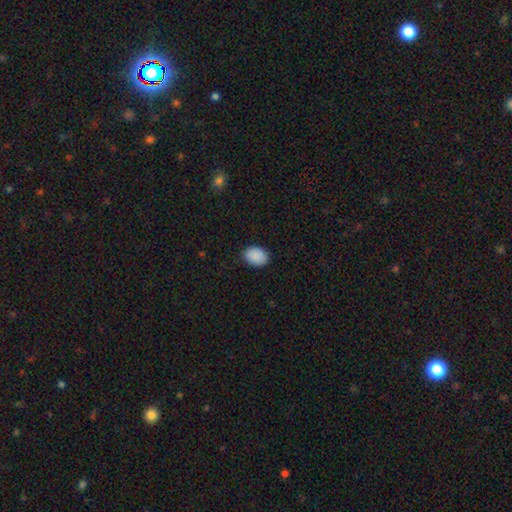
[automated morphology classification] smooth_or_featured: smooth (p=0.90) [alt: star or artifact p=0.07]
how_rounded: in between (p=0.75) [alt: round p=0.24]
merging: none (p=0.87) [alt: minor disturbance p=0.10]